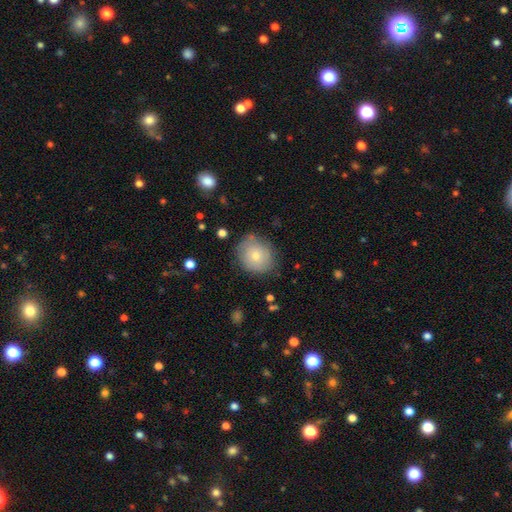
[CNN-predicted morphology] A smooth galaxy with no disk features (72%) that is round (79%). Merging: none (76%).